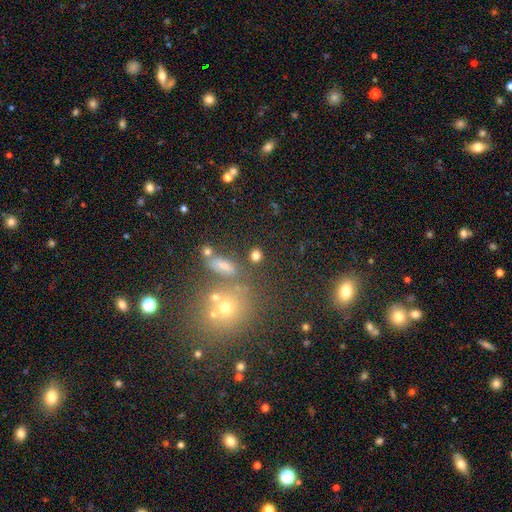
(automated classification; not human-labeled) This appears to be a smooth galaxy with no disk features (76%) that is round (69%). Merging: none (77%).